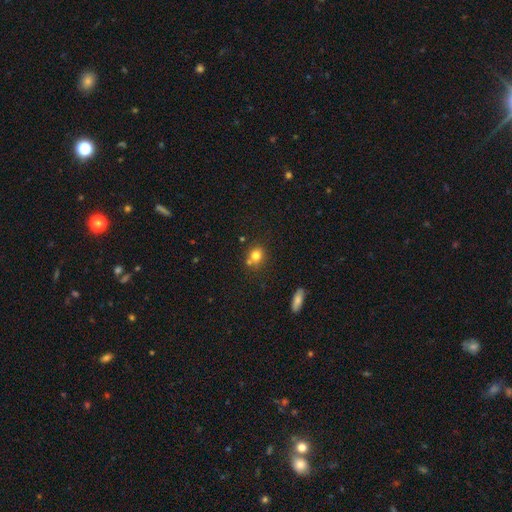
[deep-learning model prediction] Smooth or featured?
  - smooth: 77% *
  - star or artifact: 13%
  - featured or disk: 10%
How rounded?
  - round: 74% *
  - in between: 24%
  - cigar-shaped: 1%
Merging?
  - none: 60% *
  - merger: 23%
  - minor disturbance: 12%
  - major disturbance: 4%